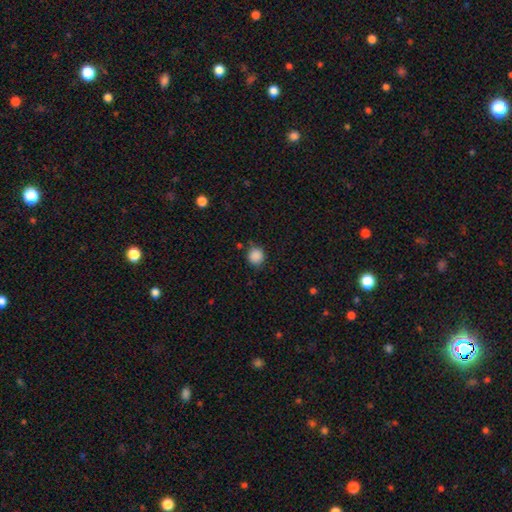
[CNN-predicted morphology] The model was most divided on "merging": none: 84%, minor disturbance: 11%, major disturbance: 3%, merger: 3%. More confident: how rounded — round (92%); smooth or featured — smooth (88%).